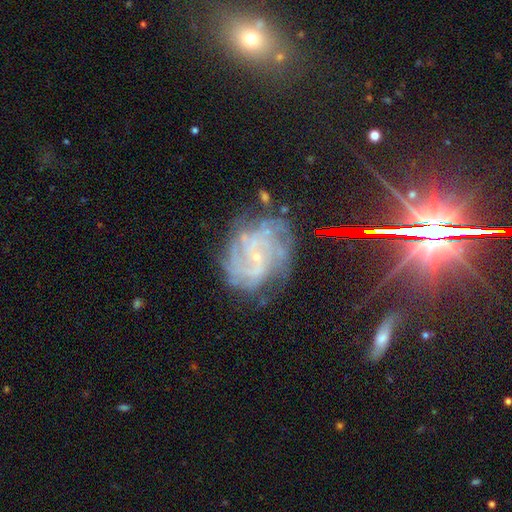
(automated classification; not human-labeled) A featured or disk galaxy (81%) with no bar (64%), tight (58%) spiral arms (94%) and a small central bulge (85%). Merging: none (69%).